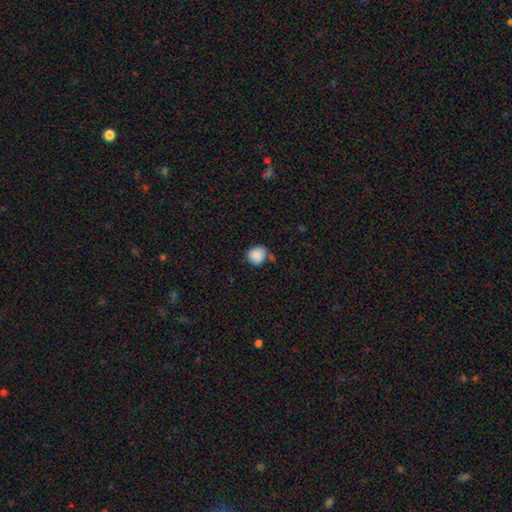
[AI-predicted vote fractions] A smooth galaxy with no disk features (87%) that is round (83%).

Vote fractions:
- Smooth or featured? smooth: 87% / star or artifact: 8% / featured or disk: 5%
- How rounded? round: 83% / in between: 16% / cigar-shaped: 1%
- Merging? none: 62% / minor disturbance: 24% / merger: 8% / major disturbance: 6%